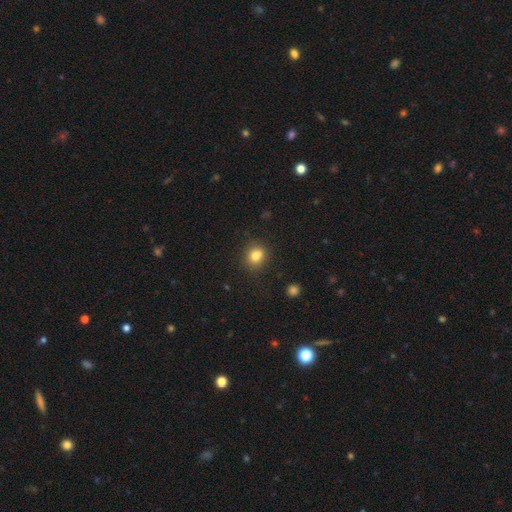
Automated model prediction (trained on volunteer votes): A smooth galaxy with no disk features (81%) that is round (63%). Merging: none (80%).